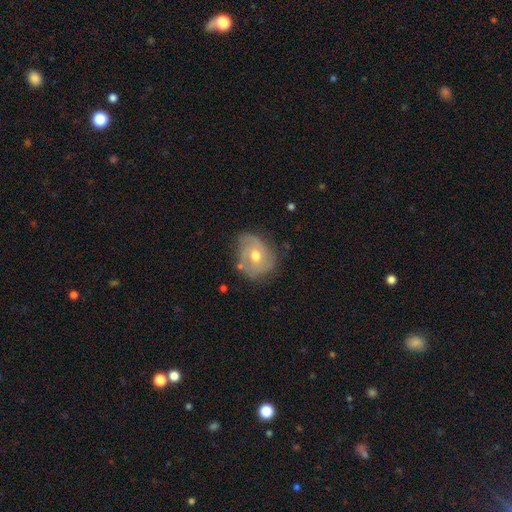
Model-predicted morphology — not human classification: A featured or disk galaxy (58%) with no bar (73%), spiral arms (66%) and a moderate central bulge (78%). Merging: none (59%).